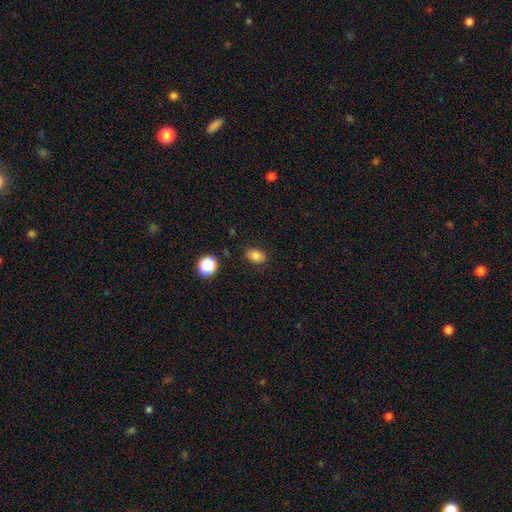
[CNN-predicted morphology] smooth 81%, star or artifact 11%, featured or disk 7%. Down the decision tree: how rounded — in between (76%); merging — none (84%).